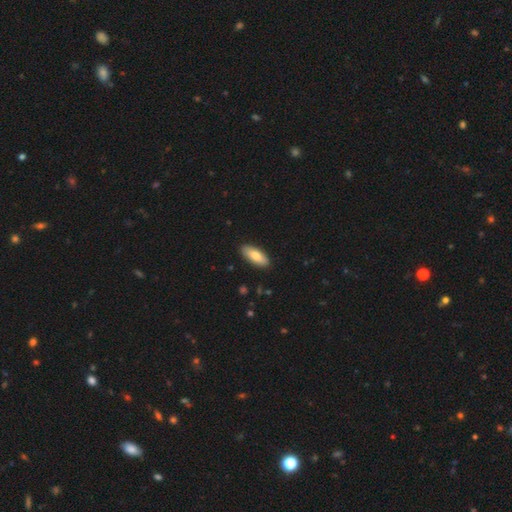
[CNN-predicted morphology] A smooth galaxy with no disk features (80%) that is in between round and cigar-shaped (79%).

Vote fractions:
- Smooth or featured? smooth: 80% / featured or disk: 14% / star or artifact: 5%
- How rounded? in between: 79% / cigar-shaped: 19% / round: 2%
- Merging? none: 89% / minor disturbance: 8% / major disturbance: 2% / merger: 1%